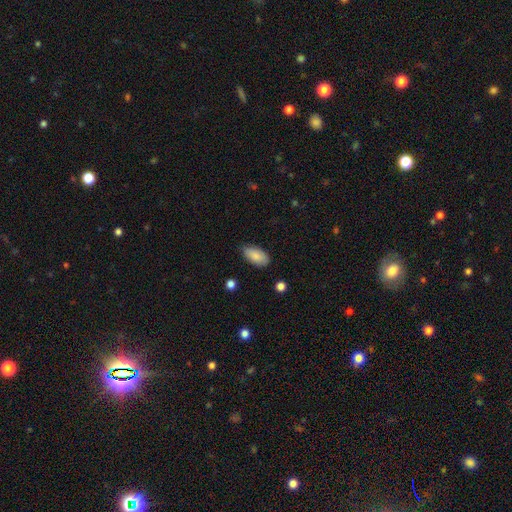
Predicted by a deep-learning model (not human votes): smooth 85%, featured or disk 8%, star or artifact 7%. Down the decision tree: how rounded — in between (93%); merging — none (78%).